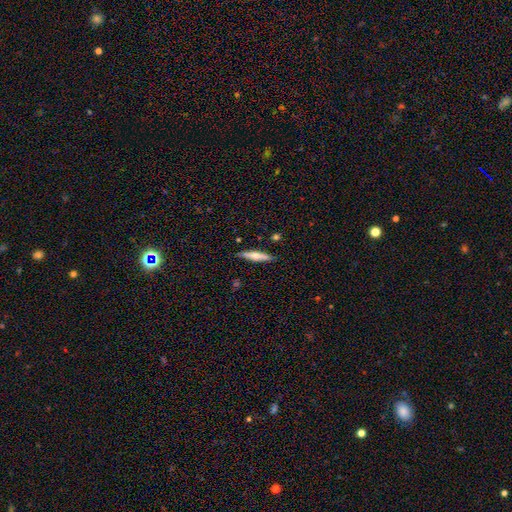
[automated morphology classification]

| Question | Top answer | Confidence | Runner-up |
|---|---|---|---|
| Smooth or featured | smooth | 55% | featured or disk (39%) |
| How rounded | cigar-shaped | 88% | in between (10%) |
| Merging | none | 87% | minor disturbance (10%) |